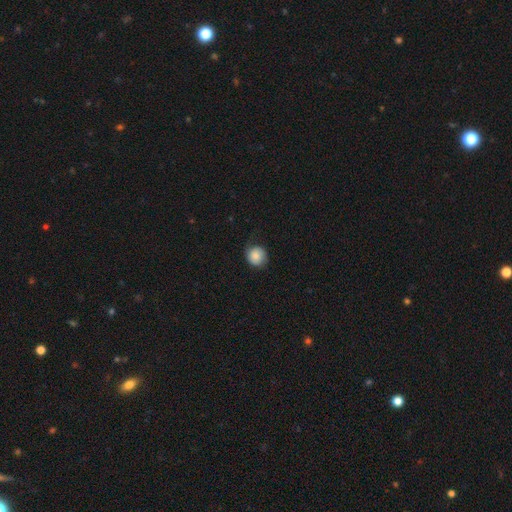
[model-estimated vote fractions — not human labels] Smooth or featured?
  - smooth: 77% *
  - featured or disk: 15%
  - star or artifact: 8%
How rounded?
  - round: 85% *
  - in between: 14%
  - cigar-shaped: 1%
Merging?
  - none: 68% *
  - minor disturbance: 23%
  - major disturbance: 8%
  - merger: 1%